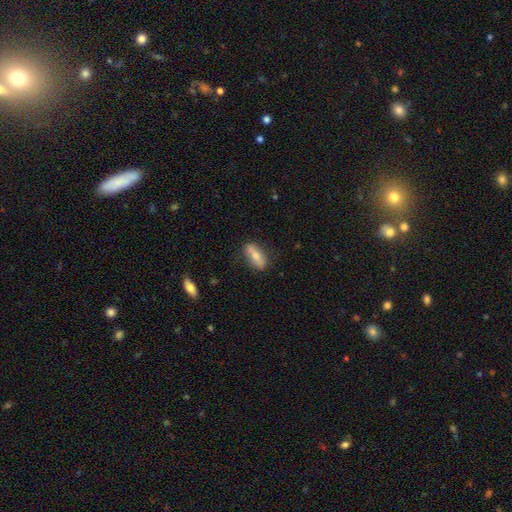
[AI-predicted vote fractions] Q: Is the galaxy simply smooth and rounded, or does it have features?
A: smooth — 60%.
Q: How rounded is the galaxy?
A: in between — 63%.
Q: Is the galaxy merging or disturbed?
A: none — 76%.